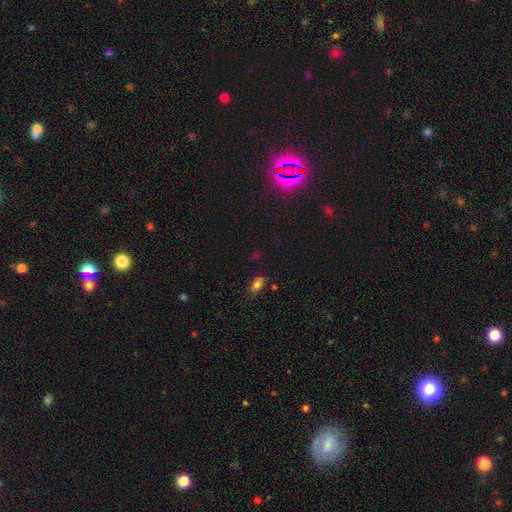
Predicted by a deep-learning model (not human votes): Overall: smooth (64%; star or artifact 27%). How rounded: in between (74%). Merging: none (73%).